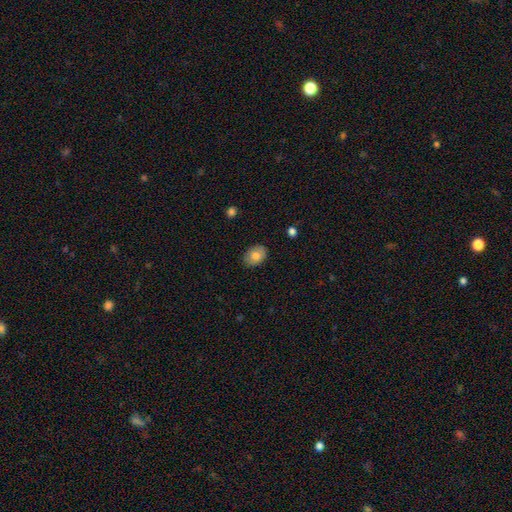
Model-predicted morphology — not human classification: This appears to be a smooth galaxy with no disk features (80%) that is in between round and cigar-shaped (77%). Merging: none (87%).